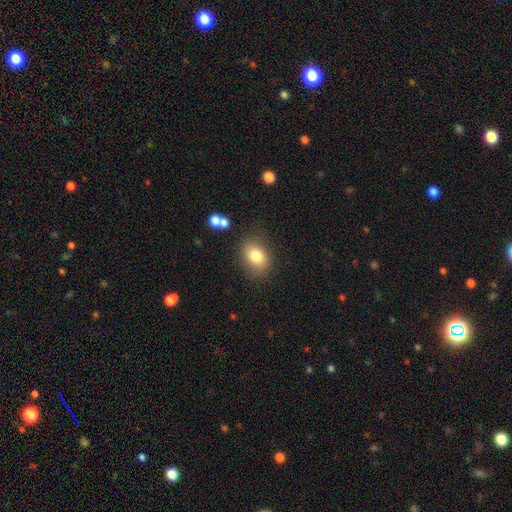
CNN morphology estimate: smooth_or_featured: smooth (p=0.80) [alt: star or artifact p=0.10]
how_rounded: in between (p=0.63) [alt: round p=0.36]
merging: none (p=0.80) [alt: minor disturbance p=0.13]